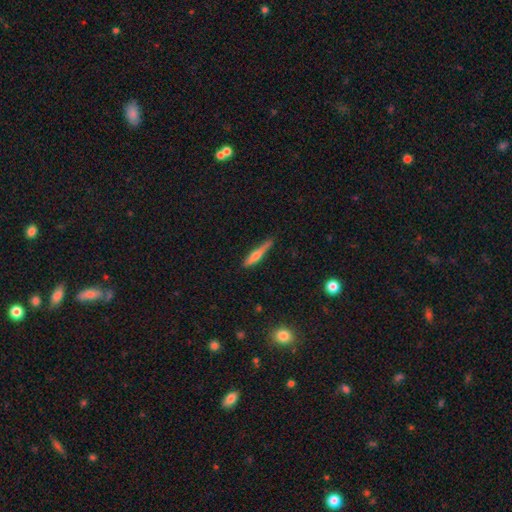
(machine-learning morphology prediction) smooth_or_featured: smooth (p=0.57) [alt: featured or disk p=0.37]
how_rounded: cigar-shaped (p=0.89) [alt: in between p=0.09]
merging: none (p=0.70) [alt: minor disturbance p=0.23]